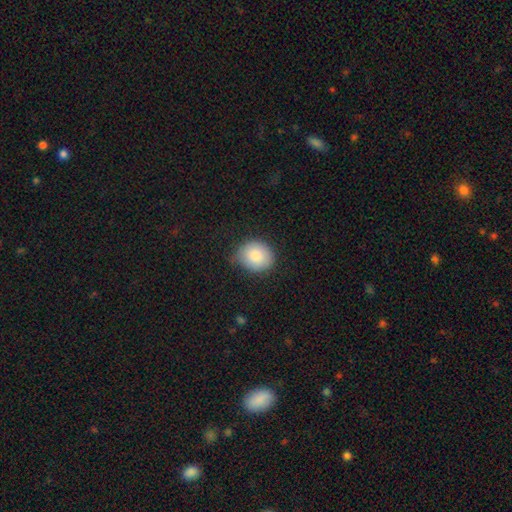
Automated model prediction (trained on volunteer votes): smooth-or-featured: smooth: 85% | star or artifact: 8% | featured or disk: 7%
  how-rounded: round: 69% | in between: 30% | cigar-shaped: 1%
  merging: none: 72% | minor disturbance: 22% | major disturbance: 4% | merger: 1%